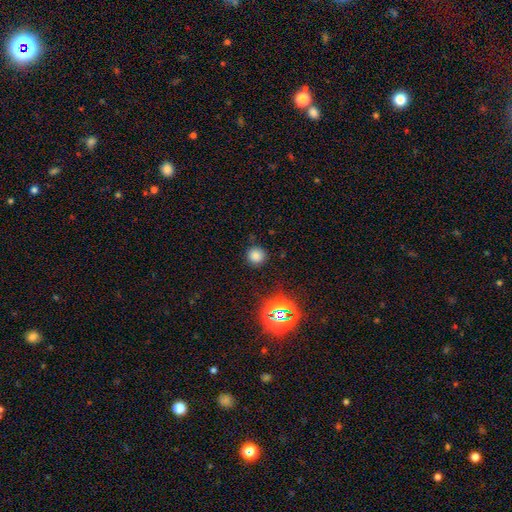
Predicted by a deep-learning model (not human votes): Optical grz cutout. It shows a smooth galaxy with no disk features (76%) that is round (93%). Merging: none (87%).